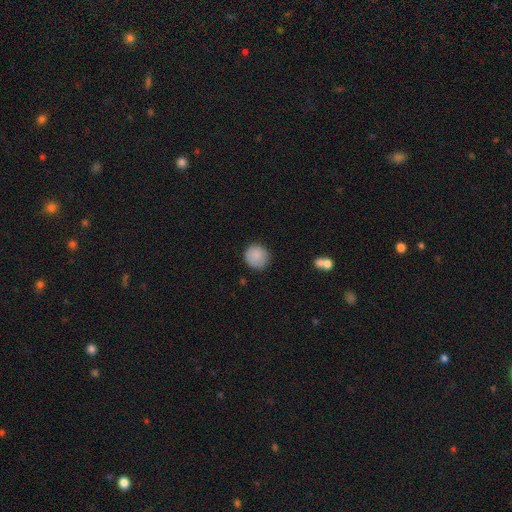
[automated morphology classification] Overall: smooth (87%). How rounded: round (89%). Merging: none (81%).